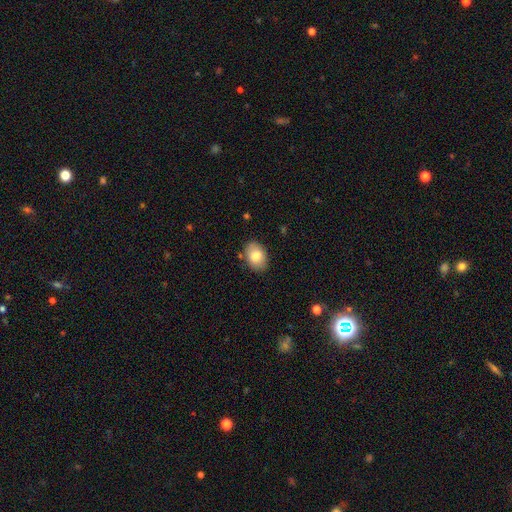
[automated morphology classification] Smooth or featured? Predicted: smooth (p=0.80). How rounded? Predicted: in between (p=0.83). Merging? Predicted: none (p=0.84).